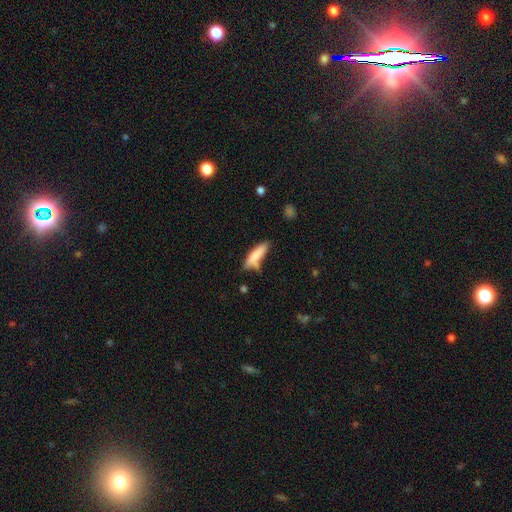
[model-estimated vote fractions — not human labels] A smooth galaxy with no disk features (78%) that is cigar-shaped (66%).

Vote fractions:
- Smooth or featured? smooth: 78% / featured or disk: 15% / star or artifact: 7%
- How rounded? cigar-shaped: 66% / in between: 32% / round: 2%
- Merging? none: 57% / minor disturbance: 24% / merger: 11% / major disturbance: 7%